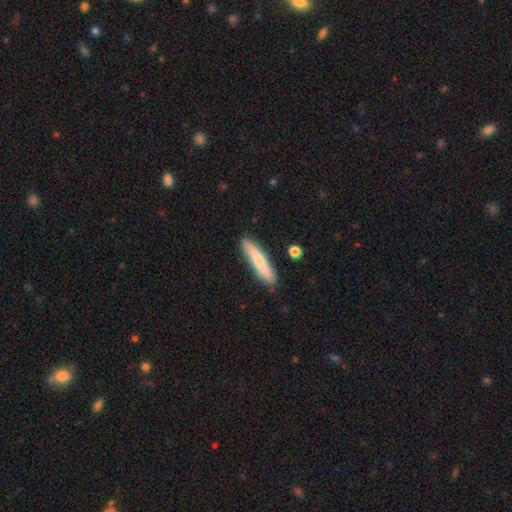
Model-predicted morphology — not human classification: This appears to be a smooth galaxy with no disk features (73%) that is cigar-shaped (91%). Merging: none (86%).